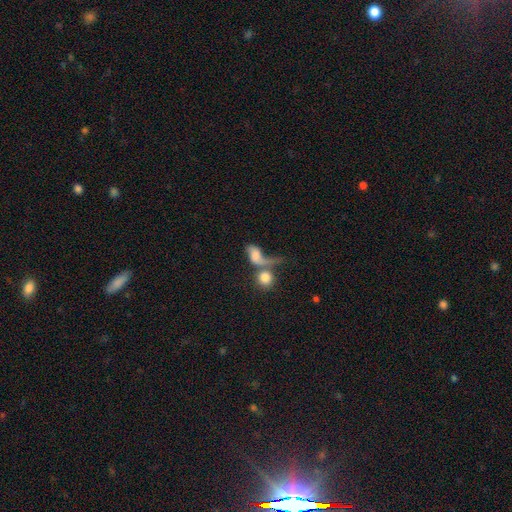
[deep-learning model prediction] smooth-or-featured: smooth: 59% | featured or disk: 31% | star or artifact: 10%
  how-rounded: in between: 67% | round: 26% | cigar-shaped: 7%
  merging: merger: 57% | major disturbance: 21% | none: 14% | minor disturbance: 9%